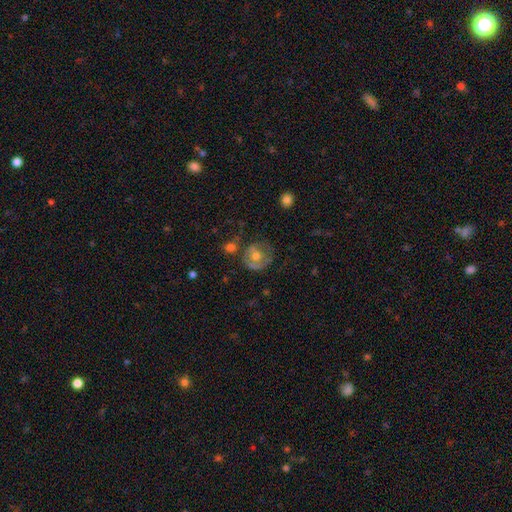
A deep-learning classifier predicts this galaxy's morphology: type=featured or disk (54%); edge-on=no (96%); bar=no (74%); spiral arms=no (58%); bulge=moderate (72%); merging=none (57%).